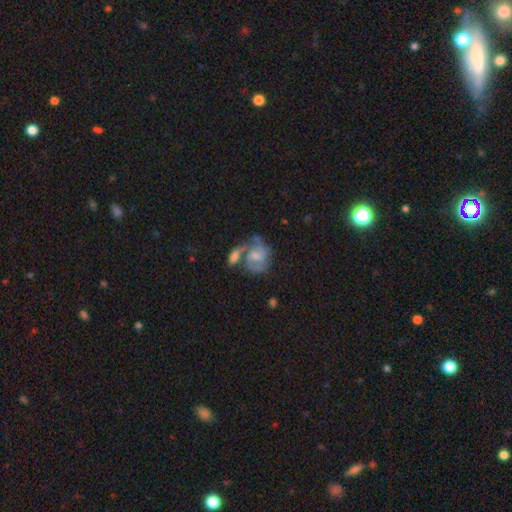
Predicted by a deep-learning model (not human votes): This is likely a featured or disk galaxy (75%). It is clearly not viewed edge-on (98%). Bar: possibly no (47%). Spiral arm pattern: clearly yes (90%). Spiral arm count: possibly 2 (59%). Spiral winding: possibly medium (50%). Central bulge: marginally moderate (40%, tied with small). Merging: marginally none (39%).